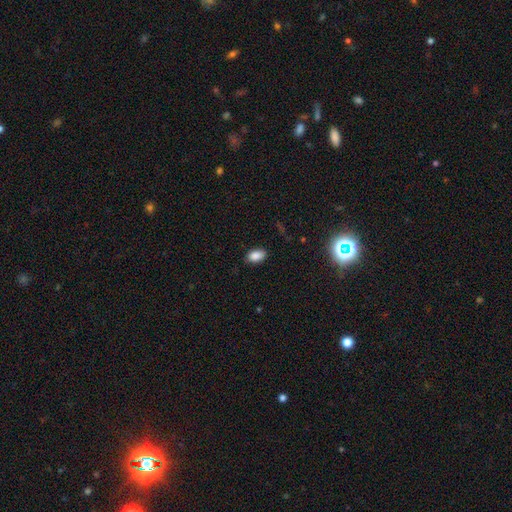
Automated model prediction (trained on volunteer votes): The model was most divided on "merging": none: 85%, minor disturbance: 12%, major disturbance: 2%, merger: 1%. More confident: how rounded — in between (91%); smooth or featured — smooth (88%).